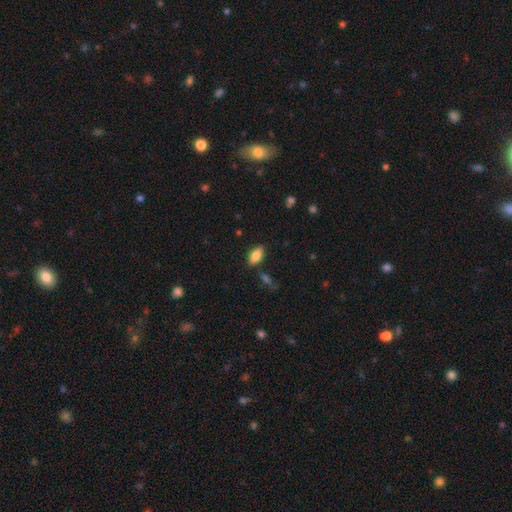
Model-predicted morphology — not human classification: This is clearly a smooth galaxy (81%). How rounded: clearly in between (90%). Merging: clearly none (82%).